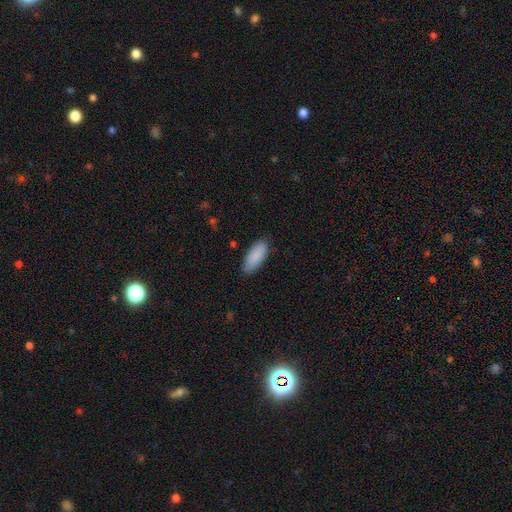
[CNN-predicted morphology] Smooth or featured? Predicted: smooth (p=0.89). How rounded? Predicted: in between (p=0.77). Merging? Predicted: none (p=0.85).